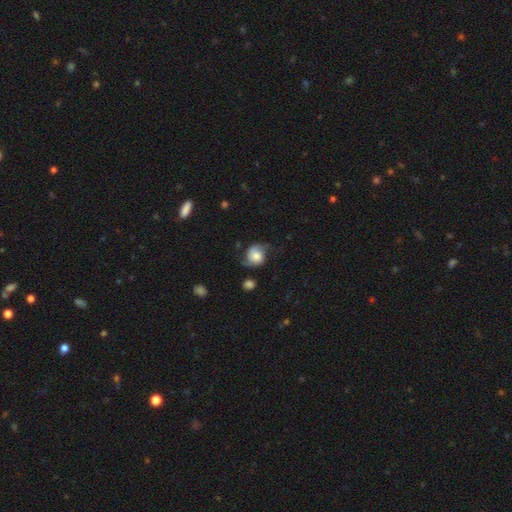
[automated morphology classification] smooth_or_featured: featured or disk (p=0.48) [alt: smooth p=0.43]
merging: none (p=0.56) [alt: minor disturbance p=0.28]